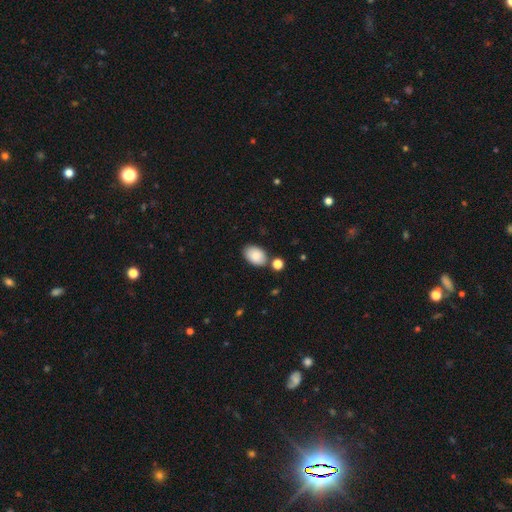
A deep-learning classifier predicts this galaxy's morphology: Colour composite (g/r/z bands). It shows a smooth galaxy with no disk features (87%) that is in between round and cigar-shaped (89%). Merging: none (73%).